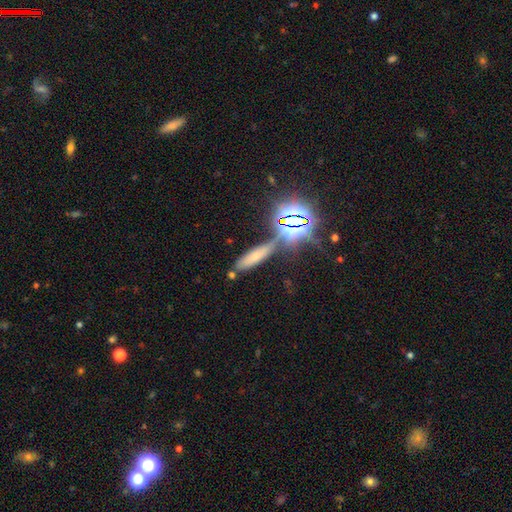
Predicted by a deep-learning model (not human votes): A star or artifact, not a galaxy (44%).

Vote fractions:
- Smooth or featured? star or artifact: 44% / smooth: 39% / featured or disk: 17%